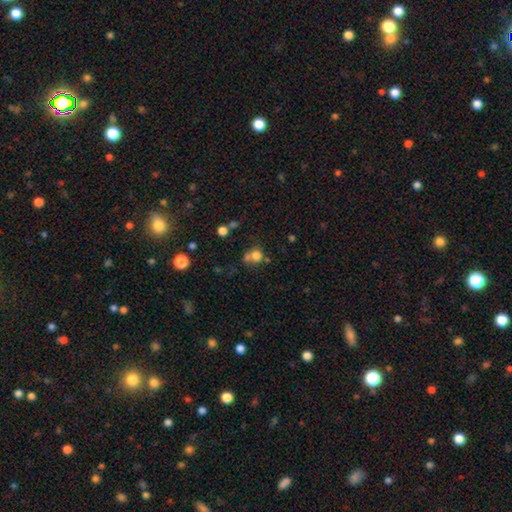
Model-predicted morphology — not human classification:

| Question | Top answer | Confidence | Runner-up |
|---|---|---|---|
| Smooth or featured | smooth | 76% | star or artifact (14%) |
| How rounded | round | 81% | in between (18%) |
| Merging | none | 43% | merger (36%) |